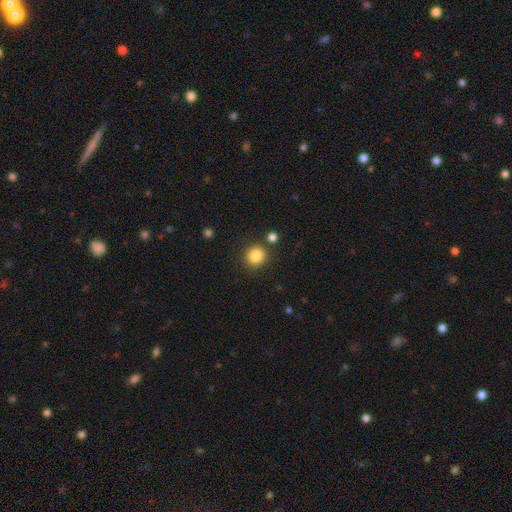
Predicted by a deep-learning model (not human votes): Smooth or featured? Predicted: smooth (p=0.86). How rounded? Predicted: round (p=0.88). Merging? Predicted: none (p=0.84).